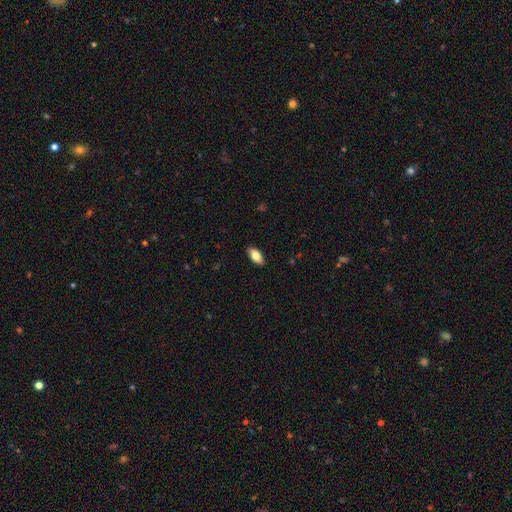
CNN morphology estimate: Smooth or featured? smooth (81%)
How rounded? in between (90%)
Merging? none (89%)